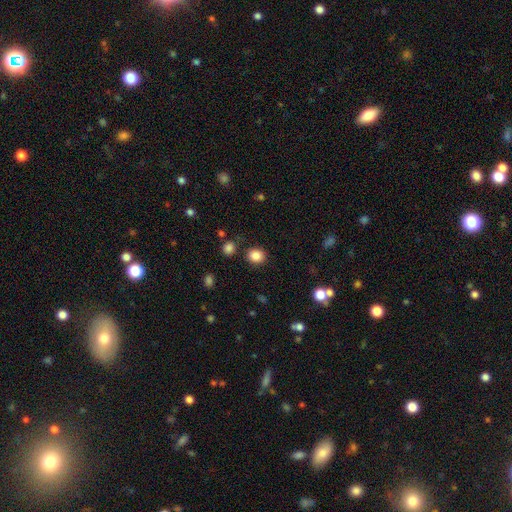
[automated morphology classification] Q: Smooth or featured?
A: smooth (86%); runner-up: star or artifact (10%)
Q: How rounded?
A: round (72%); runner-up: in between (27%)
Q: Merging?
A: none (85%); runner-up: minor disturbance (8%)